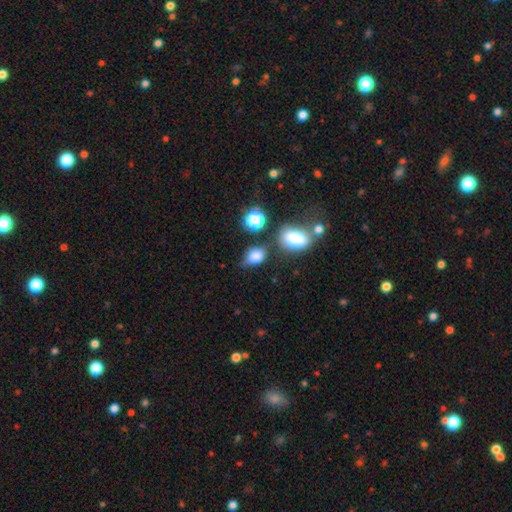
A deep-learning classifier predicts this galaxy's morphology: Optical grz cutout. It shows a smooth galaxy with no disk features (78%) that is in between round and cigar-shaped (70%). Merging: none (53%).